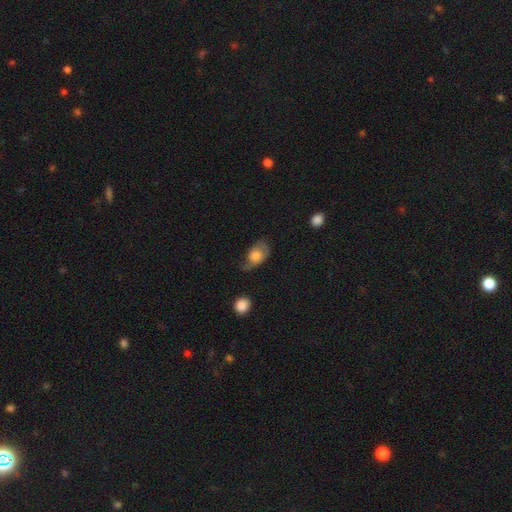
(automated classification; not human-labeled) smooth 68%, featured or disk 24%, star or artifact 8%. Down the decision tree: how rounded — in between (80%); merging — minor disturbance (37%).